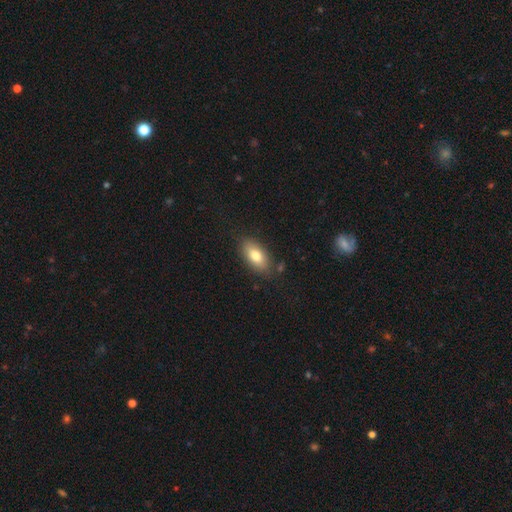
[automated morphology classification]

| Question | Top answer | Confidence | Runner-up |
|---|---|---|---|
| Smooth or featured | smooth | 79% | featured or disk (14%) |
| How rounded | in between | 90% | cigar-shaped (6%) |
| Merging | none | 82% | minor disturbance (13%) |